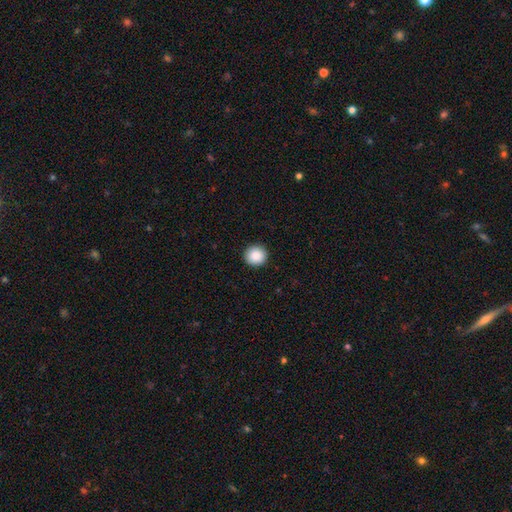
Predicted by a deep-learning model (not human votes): smooth 89%, star or artifact 8%, featured or disk 3%. Down the decision tree: how rounded — round (93%); merging — none (93%).